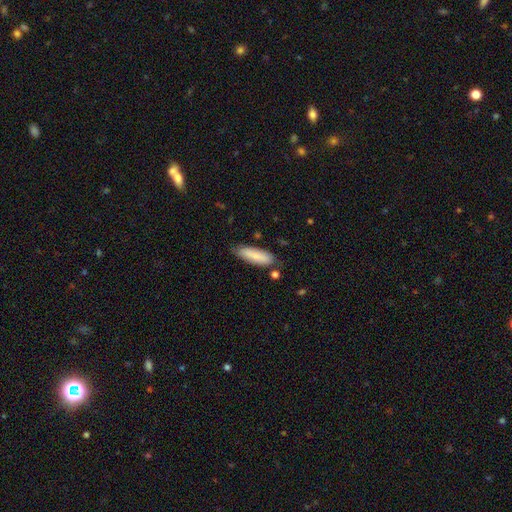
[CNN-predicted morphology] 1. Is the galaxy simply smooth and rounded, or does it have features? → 84% smooth, 10% featured or disk, 6% star or artifact.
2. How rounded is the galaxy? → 53% cigar-shaped, 46% in between, 2% round.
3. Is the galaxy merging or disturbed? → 73% none, 19% minor disturbance, 4% major disturbance, 4% merger.